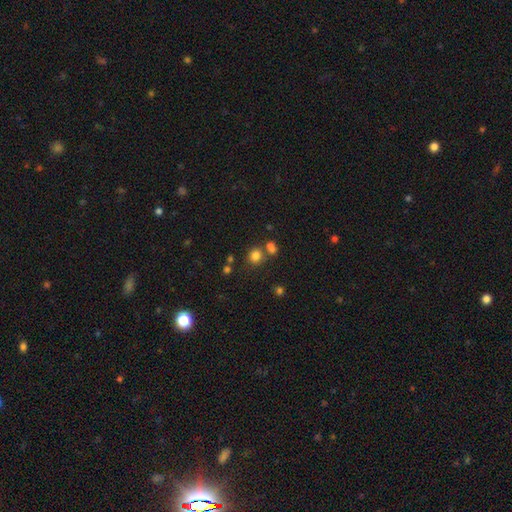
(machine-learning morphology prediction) type=smooth (78%); roundness=round (81%); merging=none (66%).